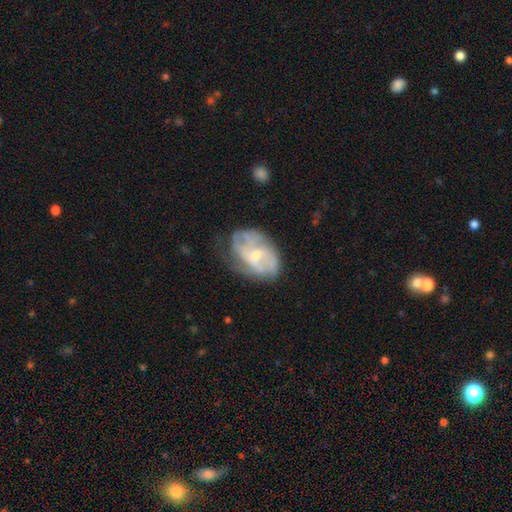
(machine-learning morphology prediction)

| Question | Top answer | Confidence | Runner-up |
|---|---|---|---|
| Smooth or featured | featured or disk | 73% | smooth (21%) |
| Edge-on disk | no | 97% | yes (3%) |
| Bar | no | 50% | weak (42%) |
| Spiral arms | yes | 78% | no (22%) |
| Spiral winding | medium | 43% | tight (33%) |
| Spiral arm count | can't tell | 41% | 2 (28%) |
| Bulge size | small | 57% | moderate (35%) |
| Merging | none | 53% | minor disturbance (28%) |